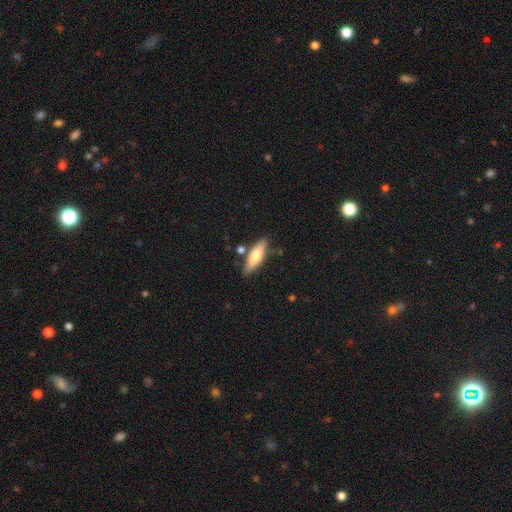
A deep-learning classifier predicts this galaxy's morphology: This is likely a smooth galaxy (62%). How rounded: possibly cigar-shaped (51%). Merging: likely none (79%).